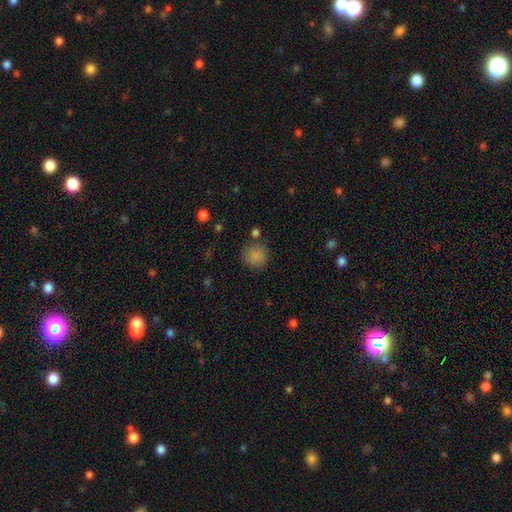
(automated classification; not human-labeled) smooth 85%, star or artifact 11%, featured or disk 4%. Down the decision tree: how rounded — round (90%); merging — none (81%).